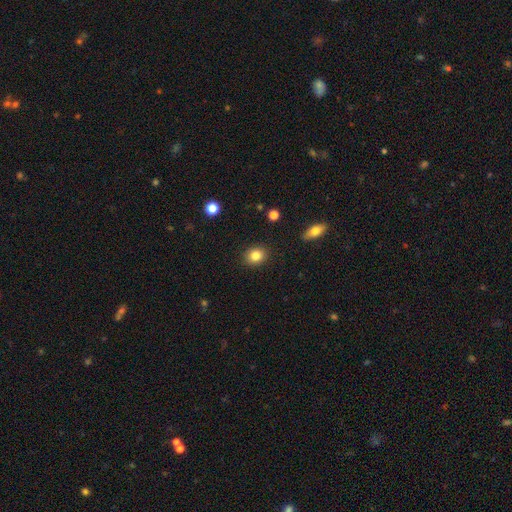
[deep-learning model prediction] Overall: smooth (83%). How rounded: round (63%; in between 36%). Merging: none (90%).